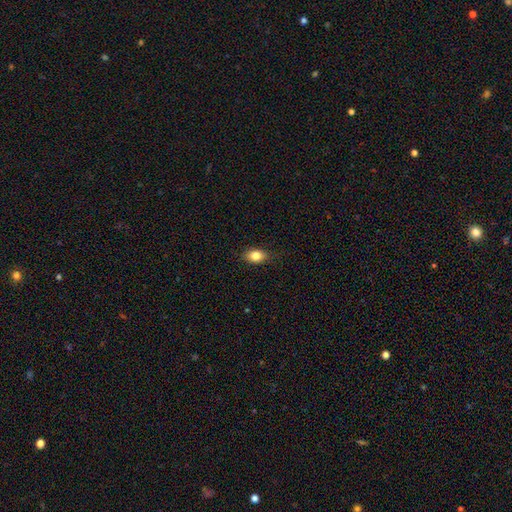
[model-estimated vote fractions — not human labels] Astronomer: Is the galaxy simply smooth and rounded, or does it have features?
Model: smooth — 83%.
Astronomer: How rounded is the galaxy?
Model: in between — 77%.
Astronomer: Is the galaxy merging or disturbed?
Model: none — 82%.